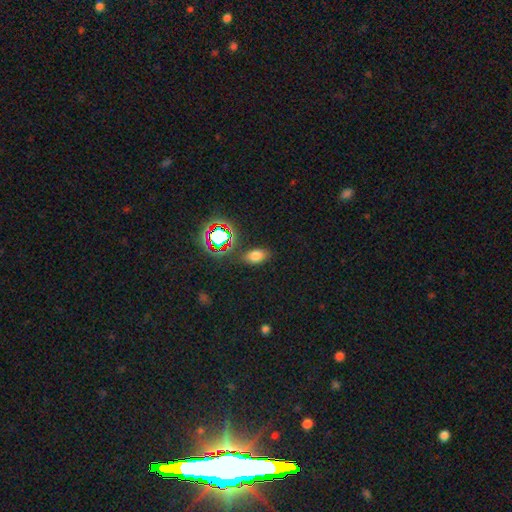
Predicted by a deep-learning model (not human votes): smooth-or-featured: smooth: 70% | star or artifact: 21% | featured or disk: 9%
  how-rounded: in between: 86% | round: 11% | cigar-shaped: 3%
  merging: none: 80% | minor disturbance: 12% | major disturbance: 4% | merger: 3%